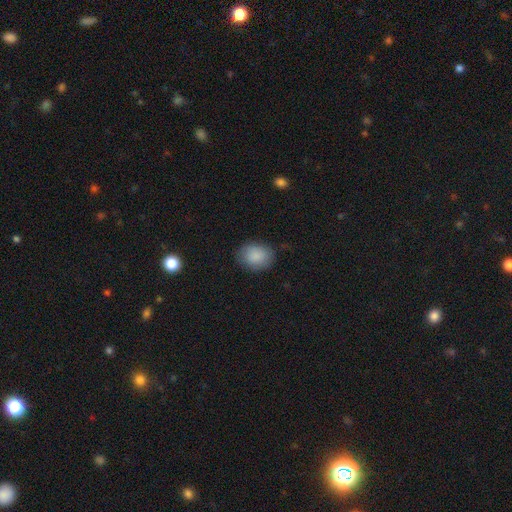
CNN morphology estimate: smooth_or_featured: smooth (p=0.88) [alt: star or artifact p=0.07]
how_rounded: in between (p=0.60) [alt: round p=0.39]
merging: none (p=0.82) [alt: minor disturbance p=0.13]